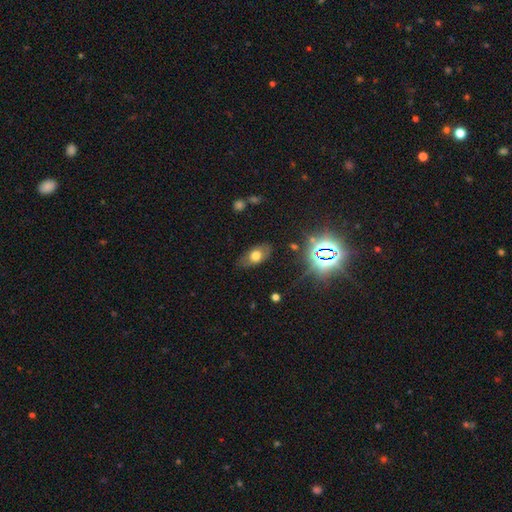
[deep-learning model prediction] This appears to be a smooth galaxy with no disk features (63%) that is in between round and cigar-shaped (87%). Merging: none (78%).